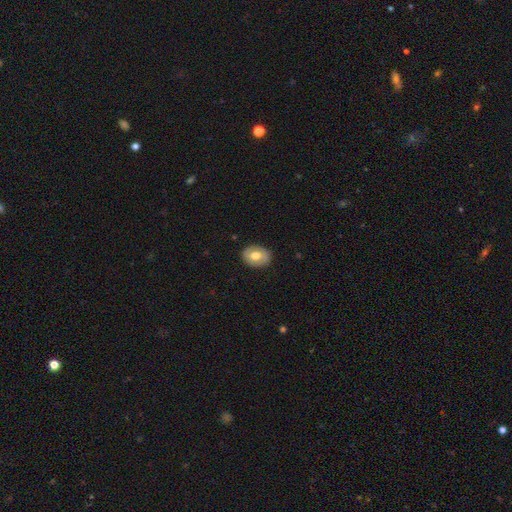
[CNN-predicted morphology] Smooth or featured?
  - smooth: 59% *
  - featured or disk: 34%
  - star or artifact: 6%
How rounded?
  - in between: 61% *
  - round: 38%
  - cigar-shaped: 1%
Merging?
  - none: 86% *
  - minor disturbance: 10%
  - major disturbance: 2%
  - merger: 1%